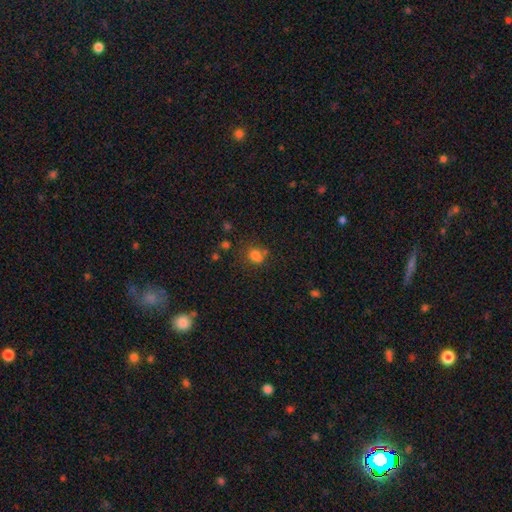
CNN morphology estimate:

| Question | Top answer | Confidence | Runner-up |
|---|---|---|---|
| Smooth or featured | smooth | 78% | star or artifact (15%) |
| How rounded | round | 54% | in between (45%) |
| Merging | none | 57% | minor disturbance (19%) |